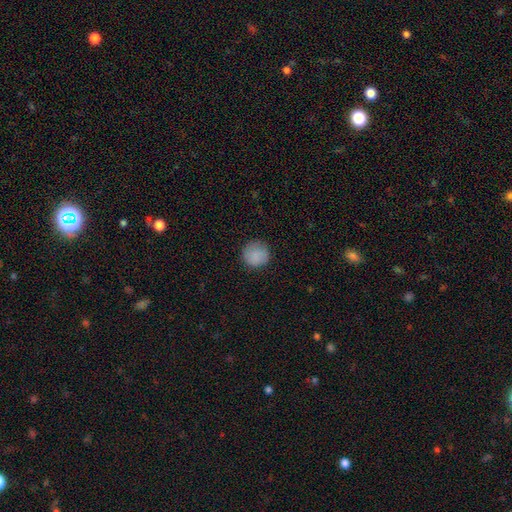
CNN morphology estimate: Smooth or featured?
  - smooth: 88% *
  - star or artifact: 8%
  - featured or disk: 5%
How rounded?
  - round: 94% *
  - in between: 5%
  - cigar-shaped: 1%
Merging?
  - none: 86% *
  - minor disturbance: 10%
  - major disturbance: 3%
  - merger: 1%